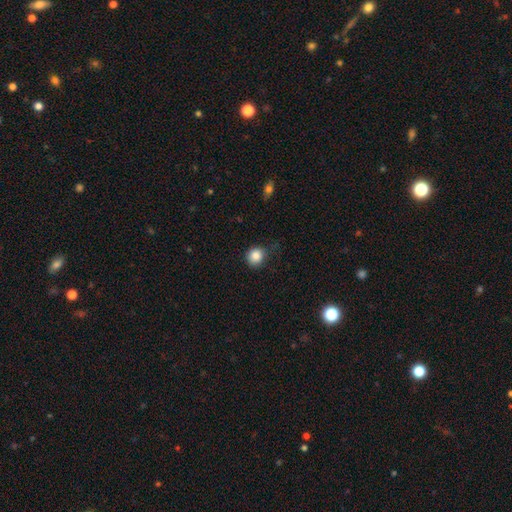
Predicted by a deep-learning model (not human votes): This appears to be a smooth galaxy with no disk features (85%) that is round (86%). Merging: none (70%).